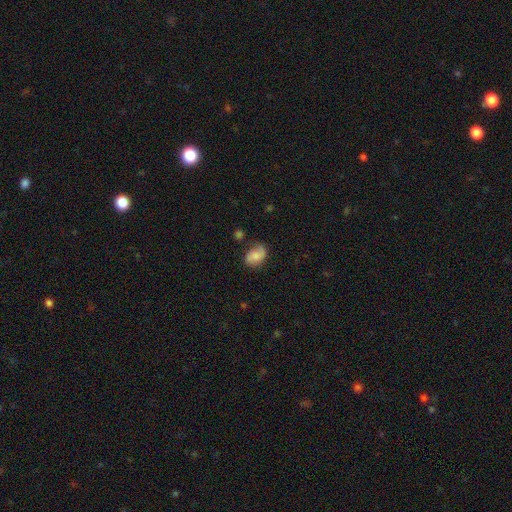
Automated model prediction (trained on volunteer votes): Smooth or featured? smooth (54%)
How rounded? in between (75%)
Merging? none (61%)